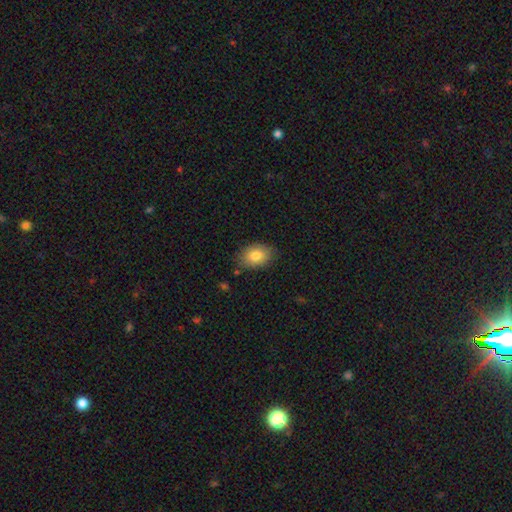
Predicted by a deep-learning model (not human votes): The model was most divided on "merging": none: 82%, minor disturbance: 14%, major disturbance: 3%, merger: 2%. More confident: how rounded — in between (84%); smooth or featured — smooth (83%).